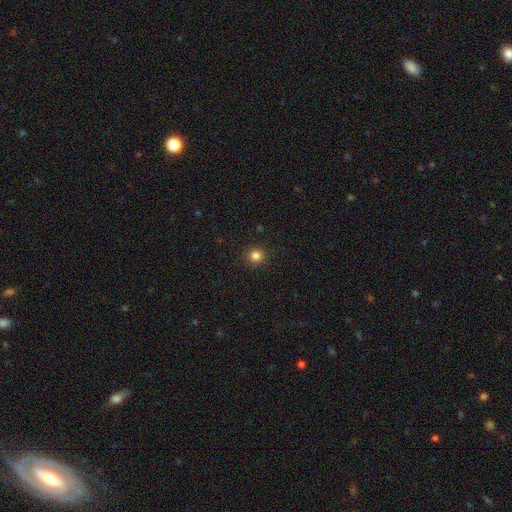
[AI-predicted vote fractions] Smooth or featured? Predicted: smooth (p=0.83). How rounded? Predicted: round (p=0.94). Merging? Predicted: none (p=0.92).